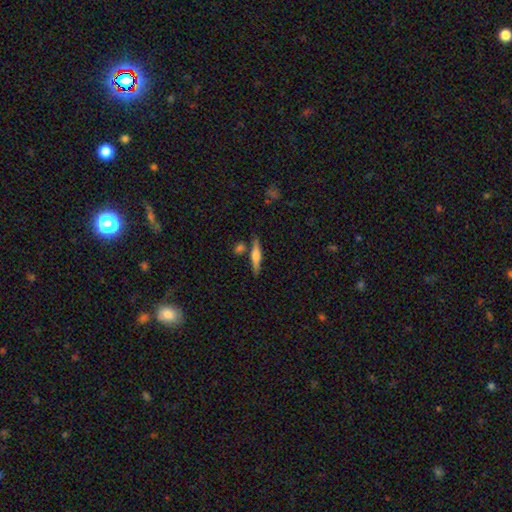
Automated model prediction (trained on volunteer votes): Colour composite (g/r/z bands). It shows a featured or disk galaxy (52%) viewed edge-on (95%). Merging: none (77%).